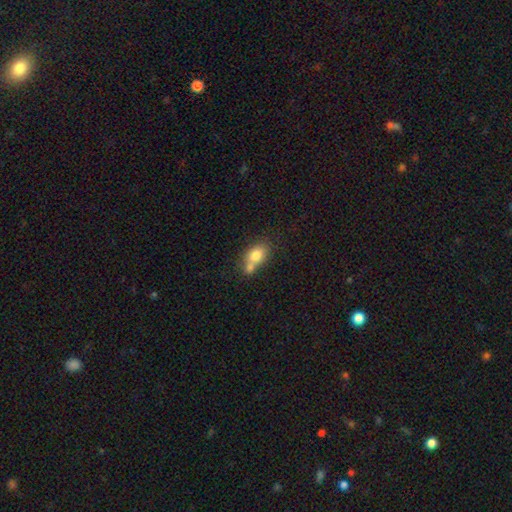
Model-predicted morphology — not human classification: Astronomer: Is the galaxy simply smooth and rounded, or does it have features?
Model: smooth — 76%.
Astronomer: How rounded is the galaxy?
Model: in between — 73%.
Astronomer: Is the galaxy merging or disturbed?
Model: merger — 47% (runner-up: none, 35%).